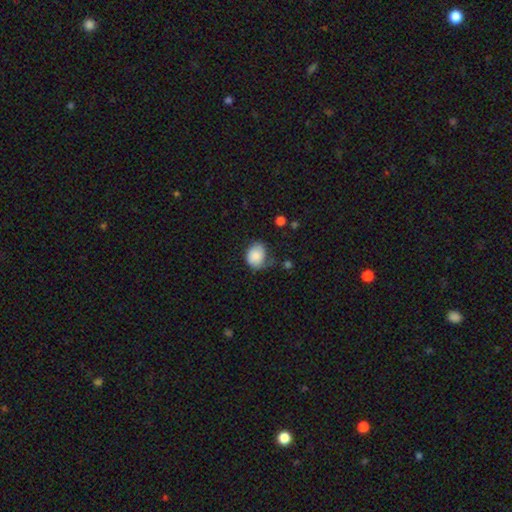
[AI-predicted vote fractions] A smooth galaxy with no disk features (83%) that is in between round and cigar-shaped (51%).

Vote fractions:
- Smooth or featured? smooth: 83% / featured or disk: 9% / star or artifact: 7%
- How rounded? in between: 51% / round: 48% / cigar-shaped: 1%
- Merging? none: 49% / minor disturbance: 36% / major disturbance: 12% / merger: 4%